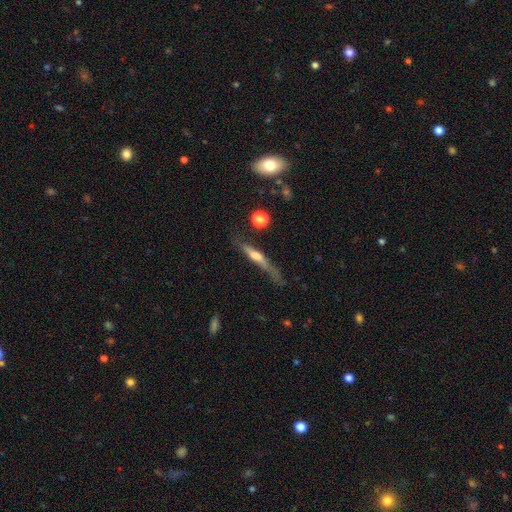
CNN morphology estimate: Smooth or featured?
  - featured or disk: 57% *
  - smooth: 35%
  - star or artifact: 8%
Edge-on disk?
  - yes: 92% *
  - no: 8%
Edge-on bulge?
  - rounded: 64% *
  - boxy: 18%
  - none: 18%
Merging?
  - none: 60% *
  - minor disturbance: 26%
  - major disturbance: 11%
  - merger: 4%